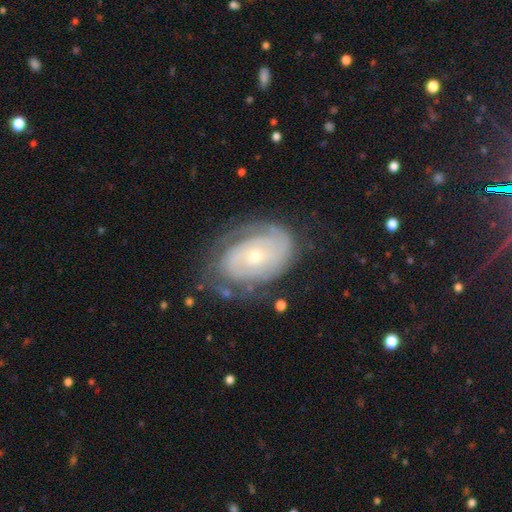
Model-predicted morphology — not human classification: smooth-or-featured: featured or disk: 80% | smooth: 14% | star or artifact: 6%
  disk-edge-on: no: 96% | yes: 4%
    bar: no: 75% | weak: 20% | strong: 4%
    has-spiral-arms: yes: 90% | no: 10%
      spiral-winding: tight: 73% | medium: 20% | loose: 6%
      spiral-arm-count: can't tell: 42% | 2: 32% | 3: 11% | 1: 8% | 4: 5% | more than 4: 4%
    bulge-size: small: 64% | moderate: 32% | large: 2% | none: 1% | dominant: 1%
  merging: none: 67% | minor disturbance: 21% | major disturbance: 10% | merger: 2%